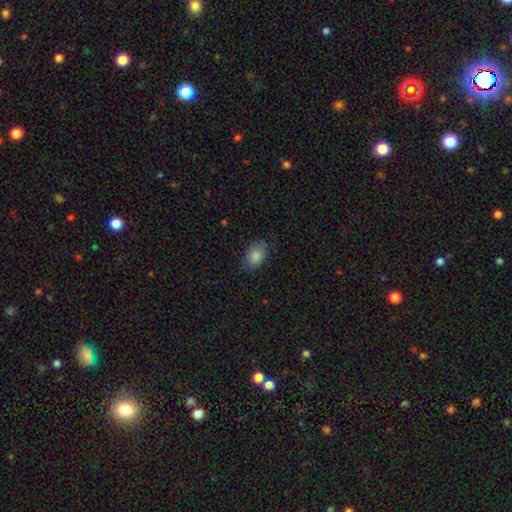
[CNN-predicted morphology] A smooth galaxy with no disk features (86%) that is in between round and cigar-shaped (84%). Merging: none (77%).